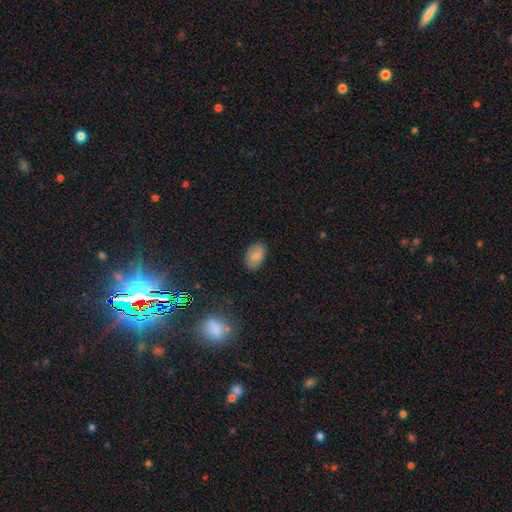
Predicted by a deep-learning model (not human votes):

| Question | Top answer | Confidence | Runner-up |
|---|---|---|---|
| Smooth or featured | smooth | 83% | star or artifact (9%) |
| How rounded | in between | 90% | round (9%) |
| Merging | none | 83% | minor disturbance (13%) |